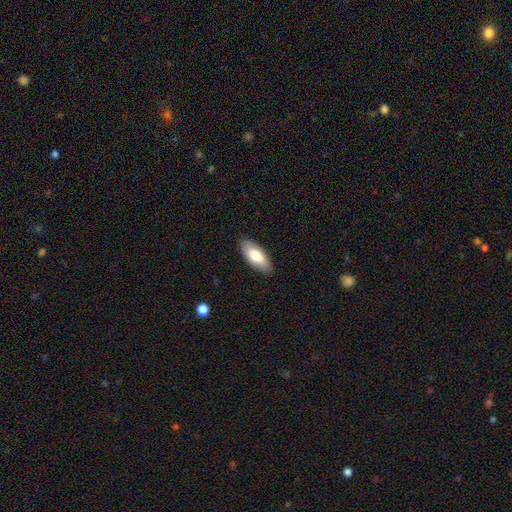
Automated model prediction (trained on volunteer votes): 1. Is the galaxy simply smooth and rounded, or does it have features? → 75% smooth, 20% featured or disk, 6% star or artifact.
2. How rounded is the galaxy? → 83% in between, 15% cigar-shaped, 2% round.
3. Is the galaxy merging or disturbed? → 88% none, 9% minor disturbance, 2% major disturbance, 1% merger.